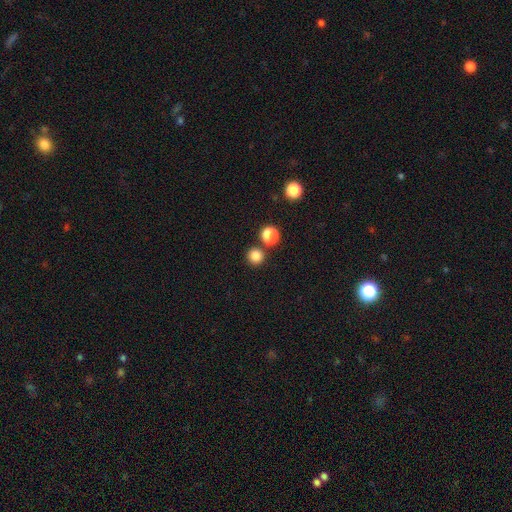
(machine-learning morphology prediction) smooth-or-featured: smooth: 82% | star or artifact: 13% | featured or disk: 4%
  how-rounded: round: 94% | in between: 5% | cigar-shaped: 1%
  merging: none: 82% | merger: 10% | minor disturbance: 6% | major disturbance: 2%